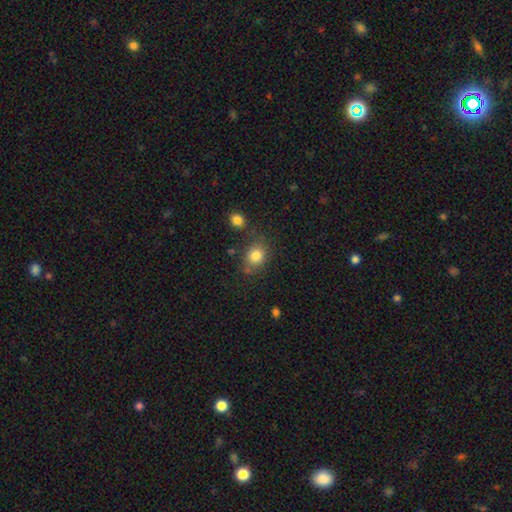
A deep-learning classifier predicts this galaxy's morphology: smooth-or-featured: smooth: 81% | star or artifact: 11% | featured or disk: 8%
  how-rounded: round: 60% | in between: 39% | cigar-shaped: 1%
  merging: none: 68% | minor disturbance: 17% | merger: 9% | major disturbance: 6%